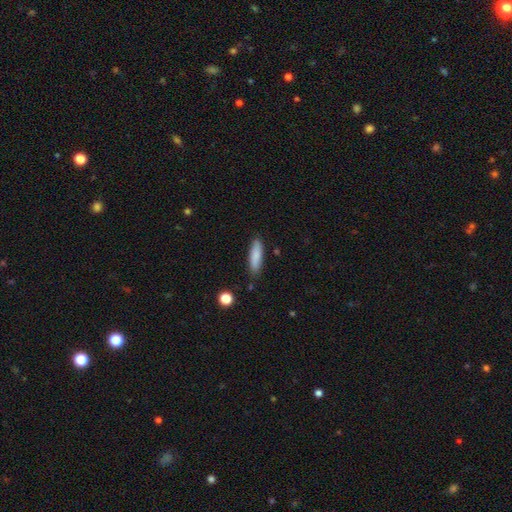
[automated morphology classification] Smooth or featured? Predicted: smooth (p=0.84). How rounded? Predicted: cigar-shaped (p=0.68). Merging? Predicted: none (p=0.84).